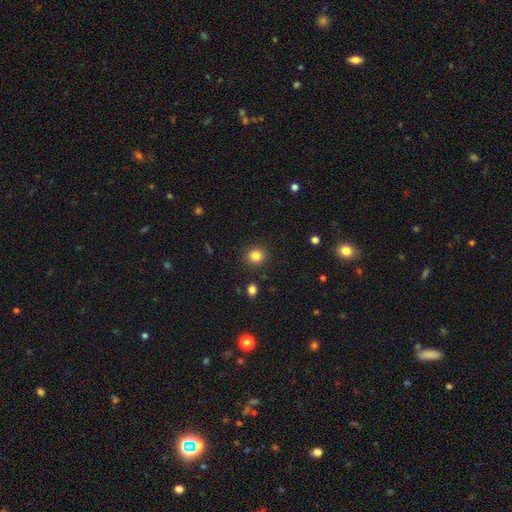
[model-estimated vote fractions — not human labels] Q: Smooth or featured?
A: smooth (83%); runner-up: star or artifact (11%)
Q: How rounded?
A: round (90%); runner-up: in between (9%)
Q: Merging?
A: none (91%); runner-up: minor disturbance (6%)